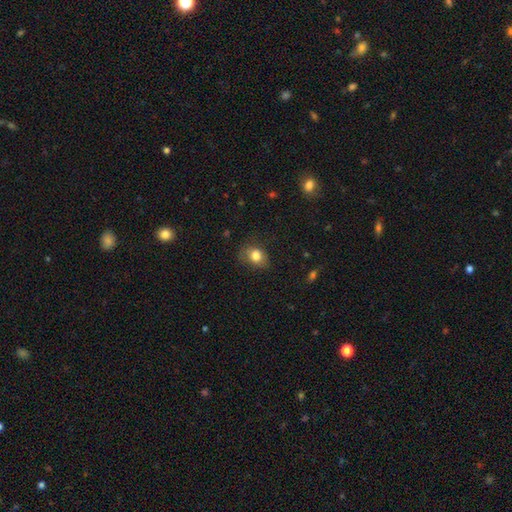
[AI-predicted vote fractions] Smooth or featured? smooth (81%)
How rounded? in between (54%)
Merging? none (61%)